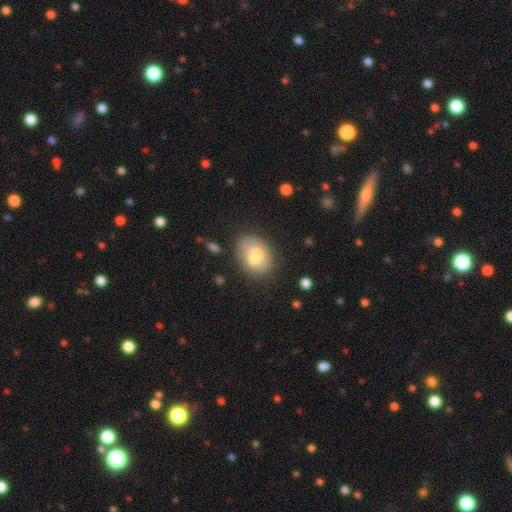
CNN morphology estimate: Smooth or featured?
  - smooth: 59% *
  - featured or disk: 32%
  - star or artifact: 9%
How rounded?
  - in between: 64% *
  - round: 35%
  - cigar-shaped: 1%
Merging?
  - none: 53% *
  - merger: 20%
  - minor disturbance: 20%
  - major disturbance: 7%